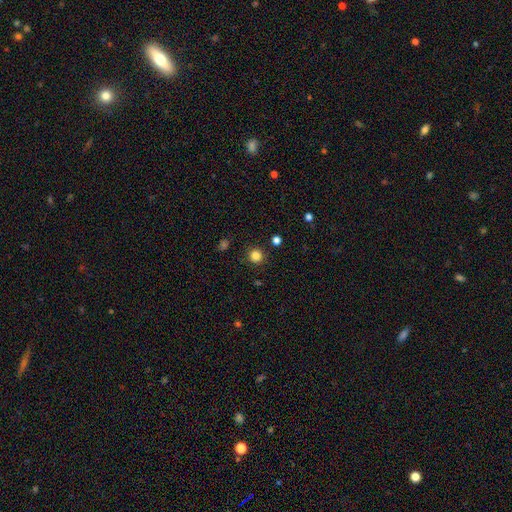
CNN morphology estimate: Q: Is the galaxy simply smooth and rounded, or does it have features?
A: smooth — 83%.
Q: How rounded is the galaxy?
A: round — 94%.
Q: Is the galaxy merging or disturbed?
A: none — 90%.